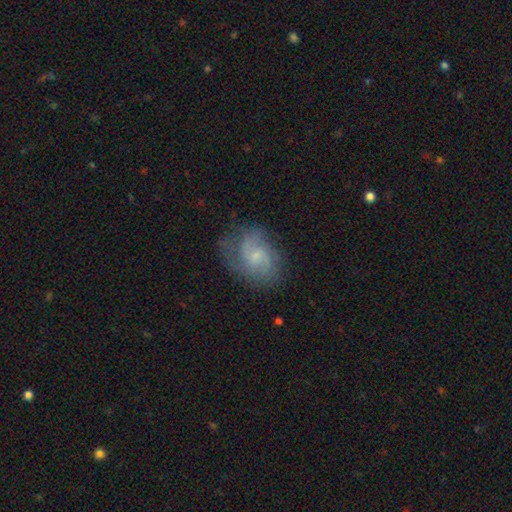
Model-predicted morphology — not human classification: smooth_or_featured: featured or disk (p=0.70) [alt: smooth p=0.22]
disk_edge_on: no (p=0.98) [alt: yes p=0.02]
bar: no (p=0.52) [alt: weak p=0.42]
has_spiral_arms: yes (p=0.91) [alt: no p=0.09]
spiral_winding: medium (p=0.50) [alt: loose p=0.28]
spiral_arm_count: 2 (p=0.60) [alt: can't tell p=0.18]
bulge_size: small (p=0.66) [alt: moderate p=0.21]
merging: none (p=0.63) [alt: minor disturbance p=0.23]